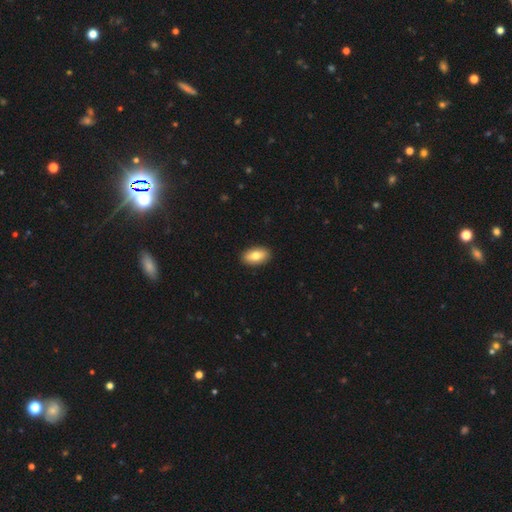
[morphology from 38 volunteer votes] Volunteers were most divided on "smooth or featured": smooth: 71%, featured or disk: 24%, star or artifact: 5%. More confident: merging — none (97%); how rounded — in between (93%).